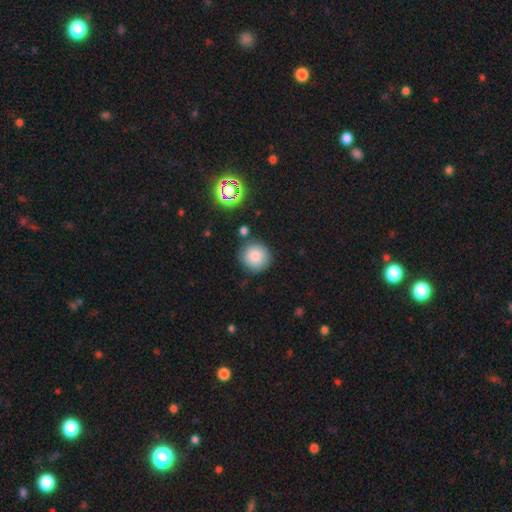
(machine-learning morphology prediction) A smooth galaxy with no disk features (84%) that is round (93%). Merging: none (83%).